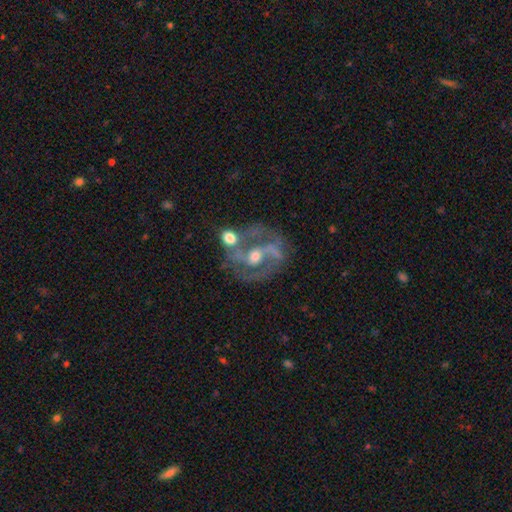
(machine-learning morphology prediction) smooth_or_featured: featured or disk (p=0.79) [alt: smooth p=0.13]
disk_edge_on: no (p=0.97) [alt: yes p=0.03]
bar: no (p=0.42) [alt: weak p=0.37]
has_spiral_arms: yes (p=0.81) [alt: no p=0.19]
spiral_winding: medium (p=0.52) [alt: tight p=0.25]
spiral_arm_count: 2 (p=0.74) [alt: can't tell p=0.12]
bulge_size: moderate (p=0.63) [alt: small p=0.28]
merging: none (p=0.43) [alt: merger p=0.26]